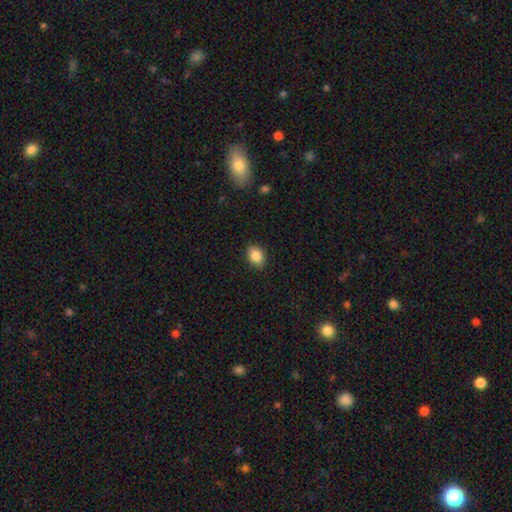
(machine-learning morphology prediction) Smooth or featured? Predicted: smooth (p=0.87). How rounded? Predicted: in between (p=0.67). Merging? Predicted: none (p=0.89).